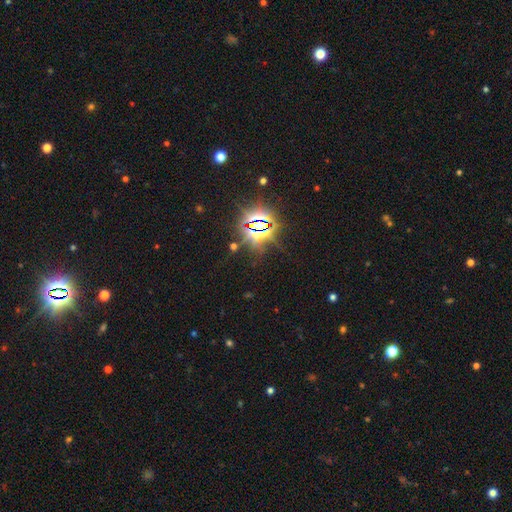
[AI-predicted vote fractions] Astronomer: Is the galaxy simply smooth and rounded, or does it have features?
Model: star or artifact — 84%.